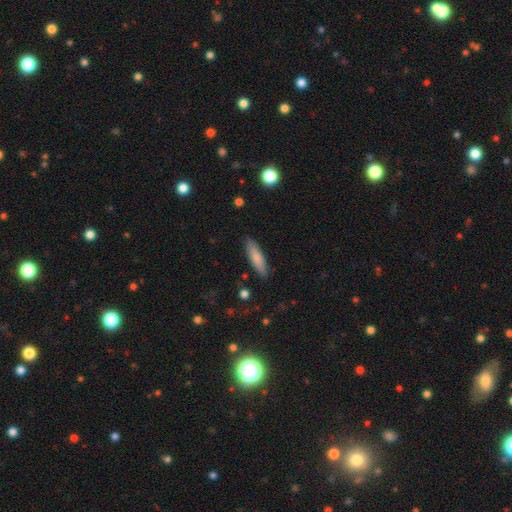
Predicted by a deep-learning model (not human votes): Smooth or featured? smooth (79%)
How rounded? cigar-shaped (69%)
Merging? none (88%)